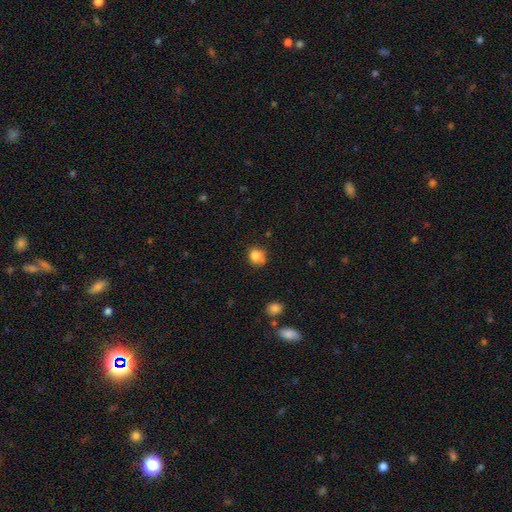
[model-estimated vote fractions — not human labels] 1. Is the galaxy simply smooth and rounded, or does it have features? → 83% smooth, 11% star or artifact, 7% featured or disk.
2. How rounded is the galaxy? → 75% round, 24% in between, 1% cigar-shaped.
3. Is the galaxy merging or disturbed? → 63% none, 26% minor disturbance, 7% major disturbance, 5% merger.